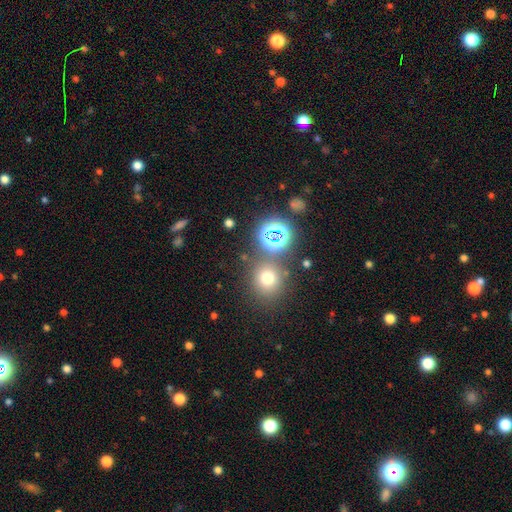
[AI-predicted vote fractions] Smooth or featured? Predicted: star or artifact (p=0.48).